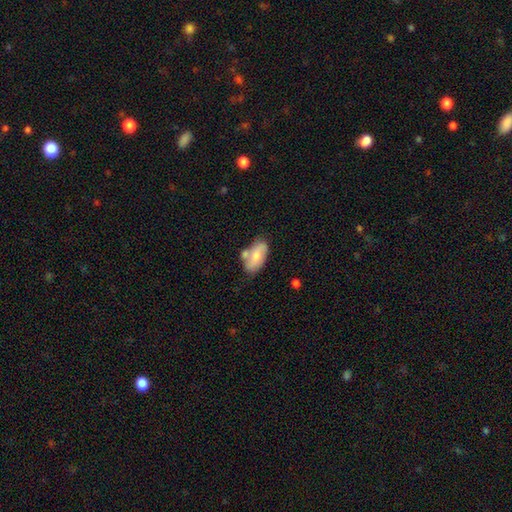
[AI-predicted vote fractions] This is likely a smooth galaxy (61%). How rounded: clearly in between (92%). Merging: possibly none (54%).